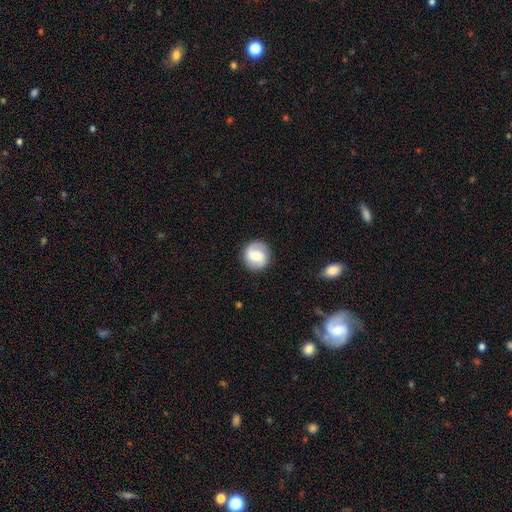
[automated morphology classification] The model was most divided on "smooth or featured": featured or disk: 47%, smooth: 46%, star or artifact: 7%. More confident: merging — none (87%).